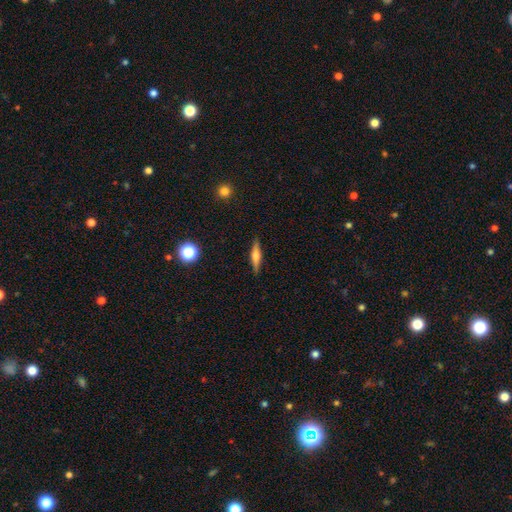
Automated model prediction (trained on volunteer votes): smooth-or-featured: smooth: 48% | featured or disk: 45% | star or artifact: 8%
  merging: none: 88% | minor disturbance: 9% | major disturbance: 2% | merger: 1%